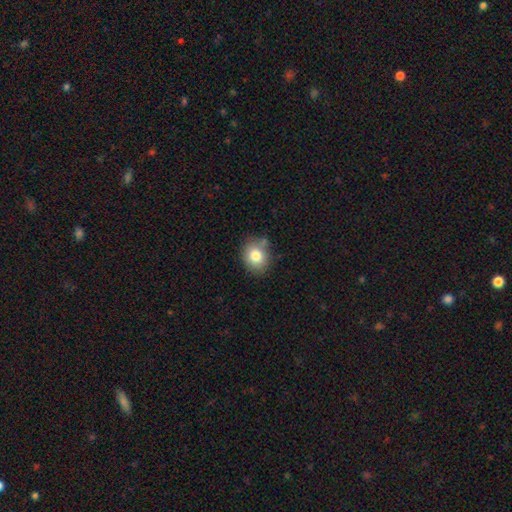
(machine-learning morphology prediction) This is clearly a smooth galaxy (81%). How rounded: possibly round (59%). Merging: likely none (74%).